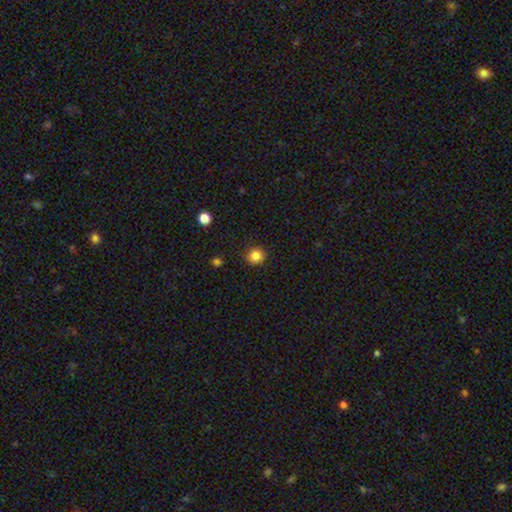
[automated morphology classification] The model was most divided on "smooth or featured": smooth: 85%, star or artifact: 11%, featured or disk: 4%. More confident: how rounded — round (88%); merging — none (87%).